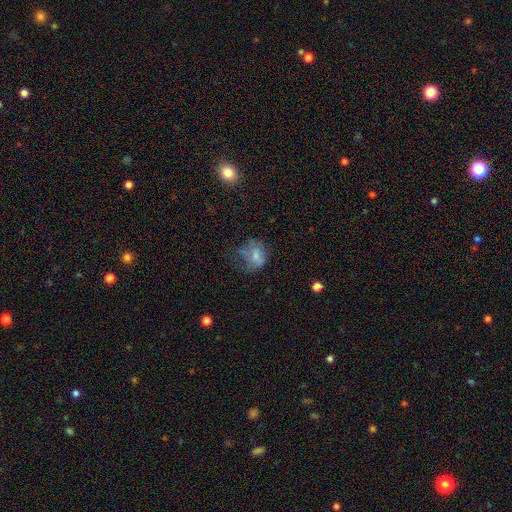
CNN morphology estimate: A smooth galaxy with no disk features (59%) that is round (50%).

Vote fractions:
- Smooth or featured? smooth: 59% / featured or disk: 27% / star or artifact: 14%
- How rounded? round: 50% / in between: 49% / cigar-shaped: 1%
- Merging? none: 37% / major disturbance: 35% / minor disturbance: 26% / merger: 3%